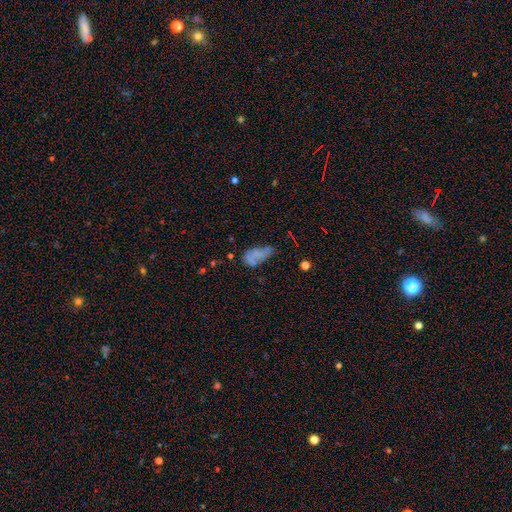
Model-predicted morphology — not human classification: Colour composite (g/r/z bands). It shows a smooth galaxy with no disk features (57%) that is in between round and cigar-shaped (85%). Merging: none (32%).